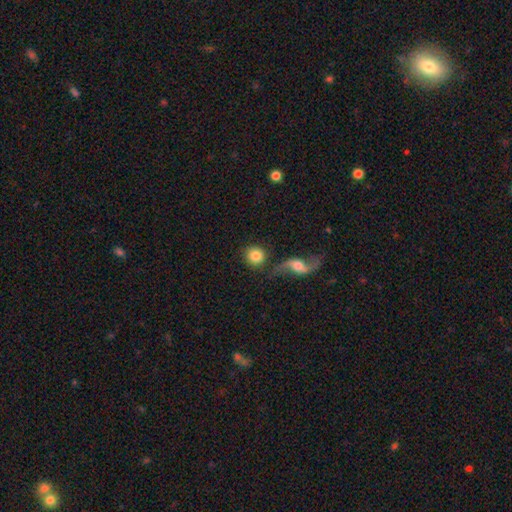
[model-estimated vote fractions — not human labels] Q: Smooth or featured?
A: smooth (80%); runner-up: featured or disk (13%)
Q: How rounded?
A: round (90%); runner-up: in between (8%)
Q: Merging?
A: none (70%); runner-up: merger (15%)